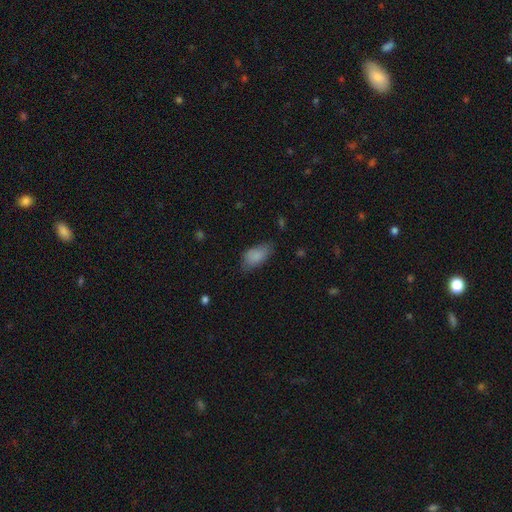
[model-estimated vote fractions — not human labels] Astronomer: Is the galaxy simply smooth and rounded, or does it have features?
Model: smooth — 85%.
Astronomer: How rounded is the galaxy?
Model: in between — 92%.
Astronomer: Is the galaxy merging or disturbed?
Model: none — 63%.